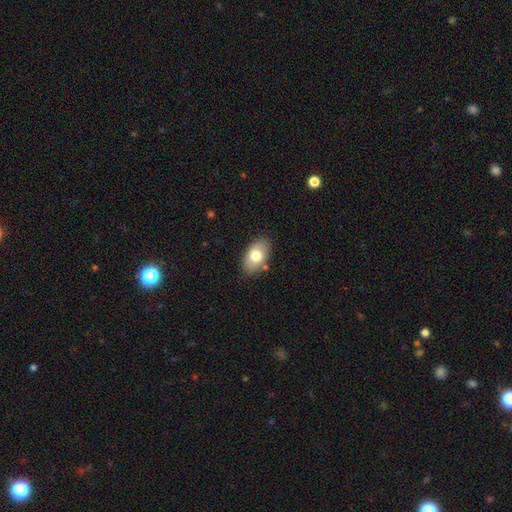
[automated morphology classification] Overall: smooth (74%). How rounded: in between (91%). Merging: none (82%).